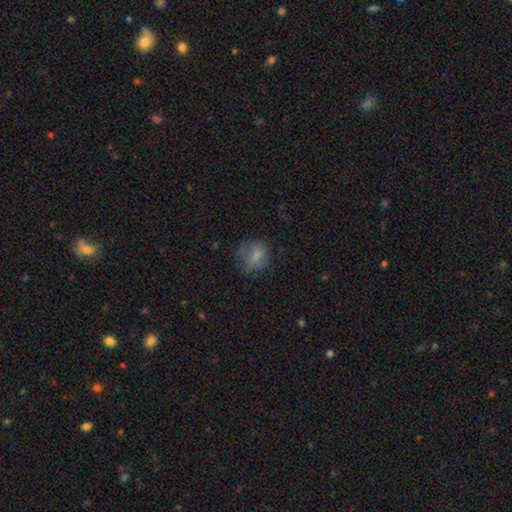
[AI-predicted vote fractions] This appears to be a smooth galaxy with no disk features (67%) that is round (64%). Merging: none (58%).